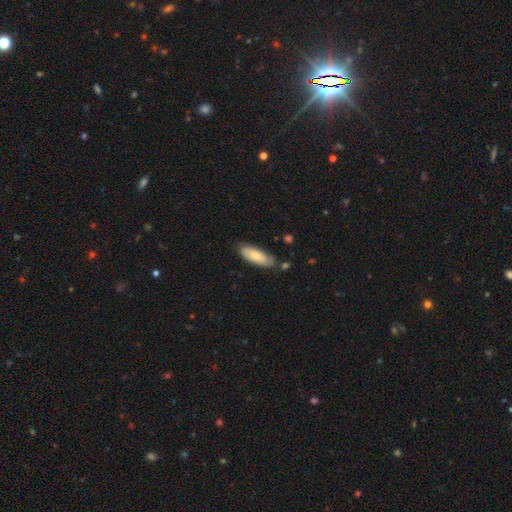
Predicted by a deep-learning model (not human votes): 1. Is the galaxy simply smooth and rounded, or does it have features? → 75% smooth, 19% featured or disk, 6% star or artifact.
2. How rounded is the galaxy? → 71% in between, 27% cigar-shaped, 2% round.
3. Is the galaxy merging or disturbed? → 75% none, 19% minor disturbance, 3% merger, 3% major disturbance.